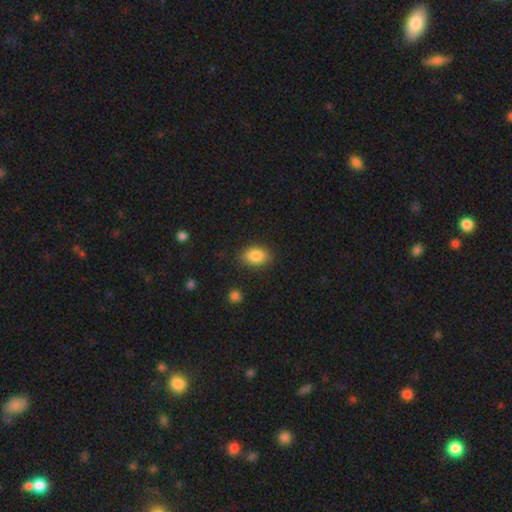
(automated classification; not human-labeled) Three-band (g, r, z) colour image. It shows a smooth galaxy with no disk features (86%) that is in between round and cigar-shaped (84%). Merging: none (85%).